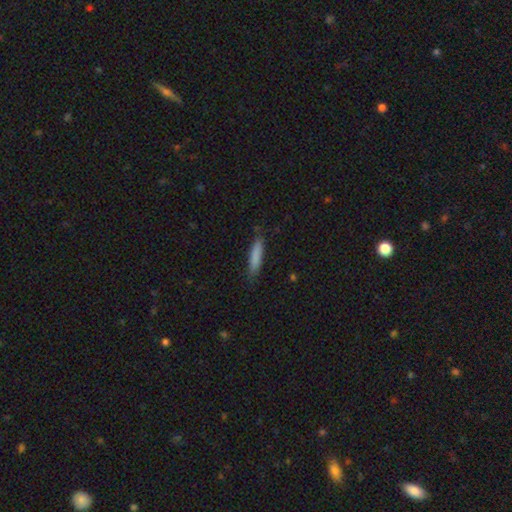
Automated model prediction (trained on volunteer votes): A smooth galaxy with no disk features (84%) that is cigar-shaped (84%).

Vote fractions:
- Smooth or featured? smooth: 84% / featured or disk: 10% / star or artifact: 6%
- How rounded? cigar-shaped: 84% / in between: 15% / round: 1%
- Merging? none: 82% / minor disturbance: 14% / major disturbance: 2% / merger: 1%